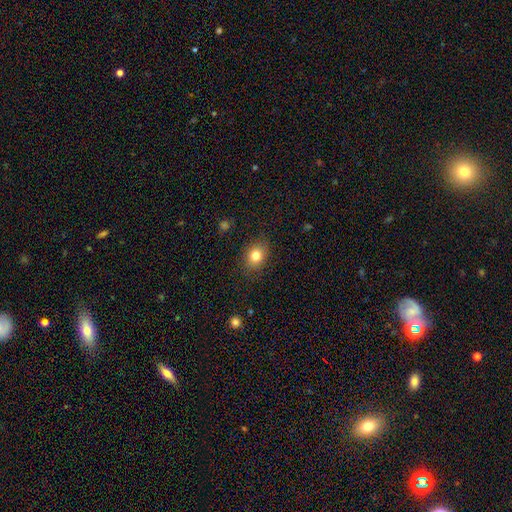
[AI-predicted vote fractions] smooth-or-featured: smooth: 81% | star or artifact: 10% | featured or disk: 9%
  how-rounded: in between: 56% | round: 43% | cigar-shaped: 1%
  merging: none: 86% | minor disturbance: 10% | major disturbance: 3% | merger: 1%